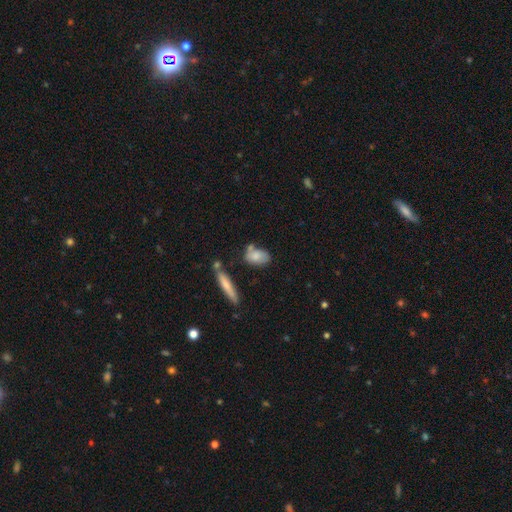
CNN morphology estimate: Smooth or featured? smooth (73%)
How rounded? in between (84%)
Merging? none (53%)